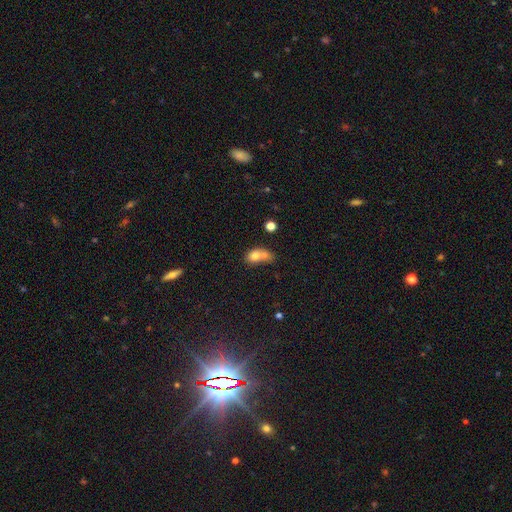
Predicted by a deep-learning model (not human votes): This appears to be a smooth galaxy with no disk features (72%) that is in between round and cigar-shaped (54%). Merging: merger (68%).